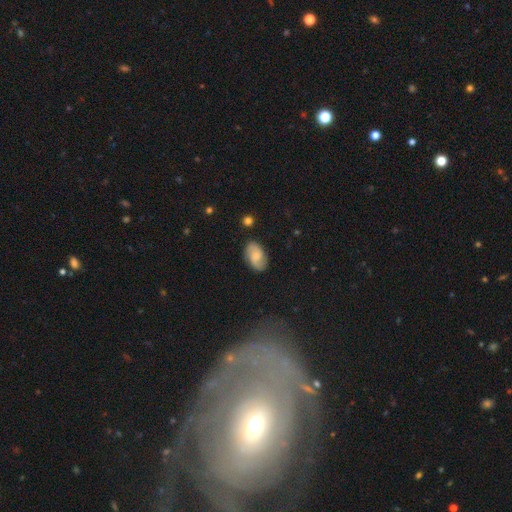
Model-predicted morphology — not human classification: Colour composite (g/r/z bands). It shows a smooth galaxy with no disk features (49%). Merging: none (83%).